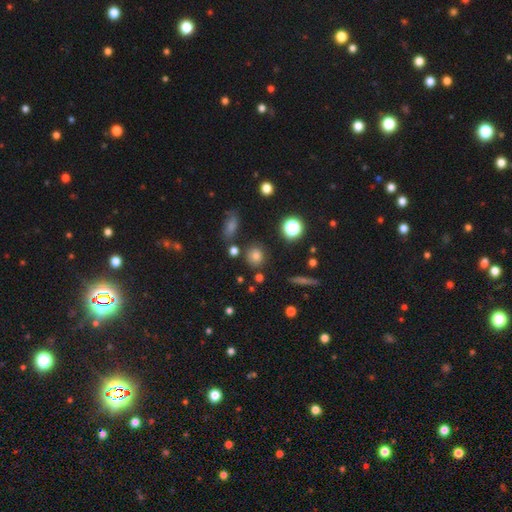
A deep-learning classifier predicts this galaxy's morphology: smooth-or-featured: smooth: 75% | star or artifact: 17% | featured or disk: 8%
  how-rounded: round: 83% | in between: 15% | cigar-shaped: 2%
  merging: none: 81% | minor disturbance: 10% | merger: 5% | major disturbance: 3%